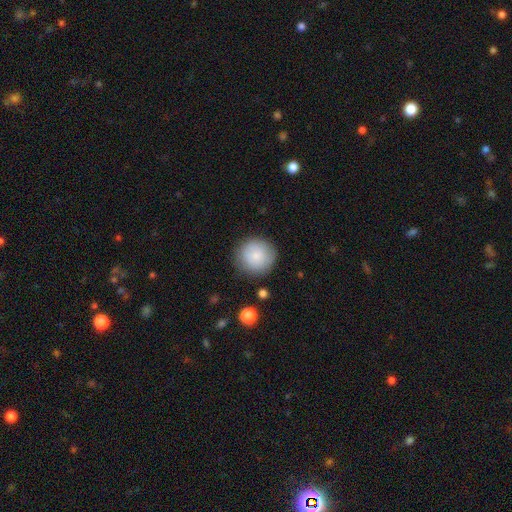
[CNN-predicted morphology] A smooth galaxy with no disk features (83%) that is round (94%). Merging: none (82%).